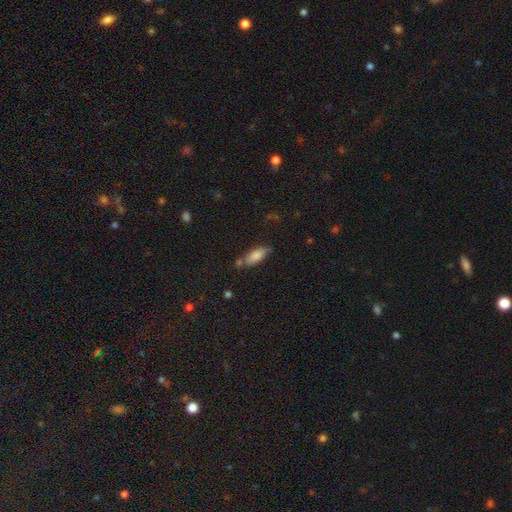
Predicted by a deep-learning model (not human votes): Smooth or featured: smooth — 82% (featured or disk — 10%)
How rounded: in between — 77% (cigar-shaped — 21%)
Merging: none — 62% (minor disturbance — 21%)